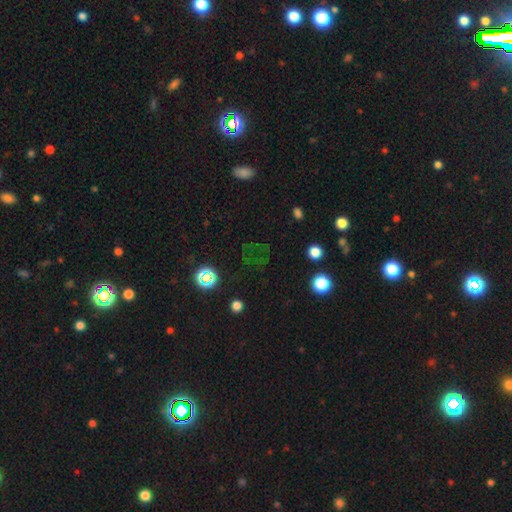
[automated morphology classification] This appears to be a star or artifact, not a galaxy (54%).